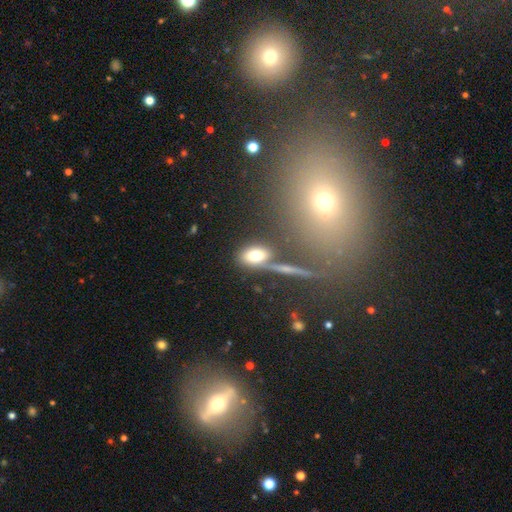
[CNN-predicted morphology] Smooth or featured? Predicted: smooth (p=0.73). How rounded? Predicted: in between (p=0.83). Merging? Predicted: none (p=0.65).